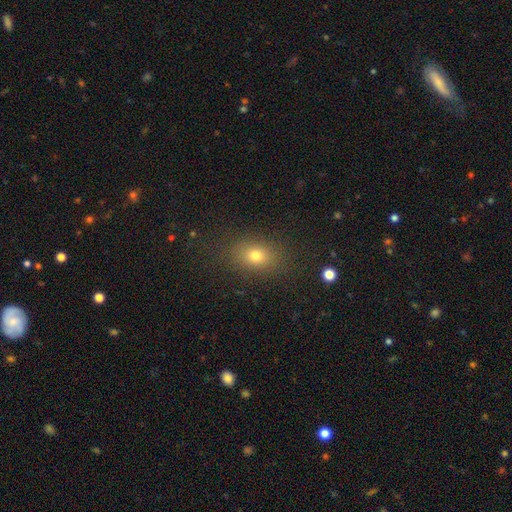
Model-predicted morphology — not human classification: This appears to be a smooth galaxy with no disk features (75%) that is in between round and cigar-shaped (66%). Merging: none (84%).